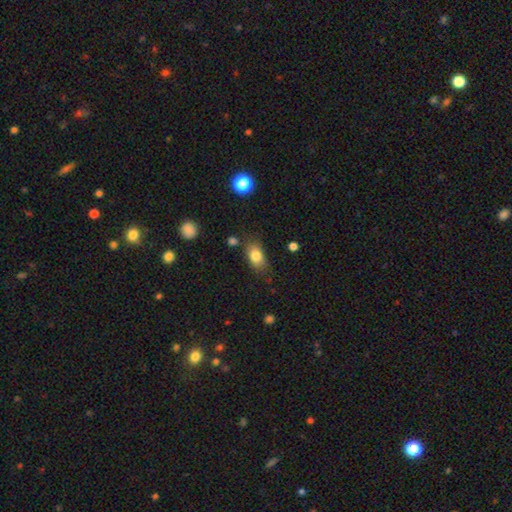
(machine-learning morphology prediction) This appears to be a smooth galaxy with no disk features (82%) that is in between round and cigar-shaped (85%). Merging: none (74%).